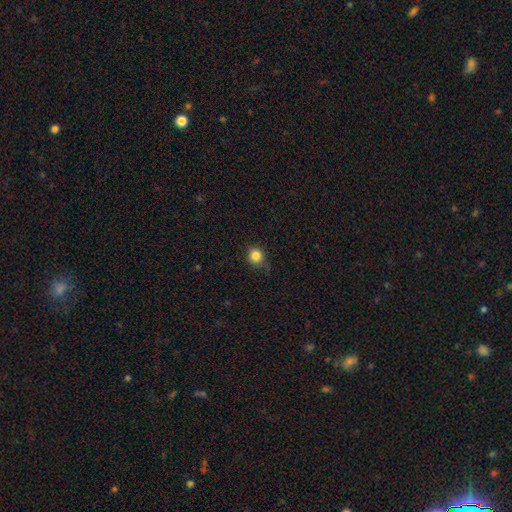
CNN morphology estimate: type=smooth (83%); roundness=round (88%); merging=none (74%).